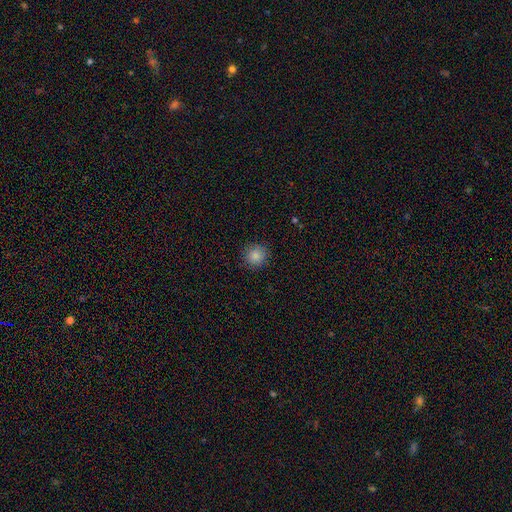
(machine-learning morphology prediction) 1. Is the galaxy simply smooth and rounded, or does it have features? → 85% smooth, 10% star or artifact, 5% featured or disk.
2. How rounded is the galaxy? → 91% round, 8% in between, 1% cigar-shaped.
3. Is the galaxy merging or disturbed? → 88% none, 8% minor disturbance, 2% major disturbance, 1% merger.